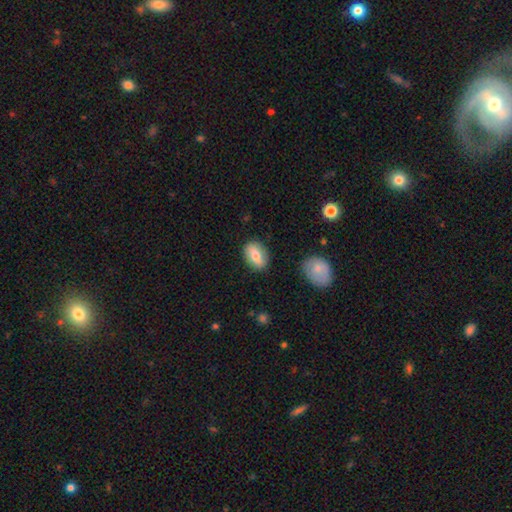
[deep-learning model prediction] Smooth or featured? Predicted: smooth (p=0.66). How rounded? Predicted: in between (p=0.83). Merging? Predicted: none (p=0.83).